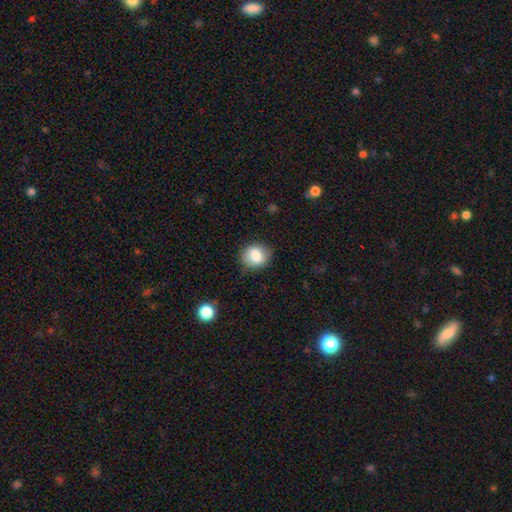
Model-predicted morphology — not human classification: Smooth or featured?
  - smooth: 83% *
  - featured or disk: 9%
  - star or artifact: 8%
How rounded?
  - round: 65% *
  - in between: 34%
  - cigar-shaped: 1%
Merging?
  - none: 80% *
  - minor disturbance: 15%
  - major disturbance: 3%
  - merger: 1%